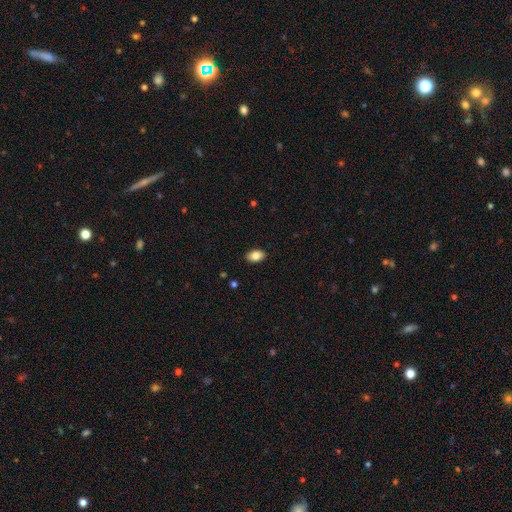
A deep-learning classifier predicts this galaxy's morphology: Smooth or featured? Predicted: smooth (p=0.85). How rounded? Predicted: in between (p=0.90). Merging? Predicted: none (p=0.89).